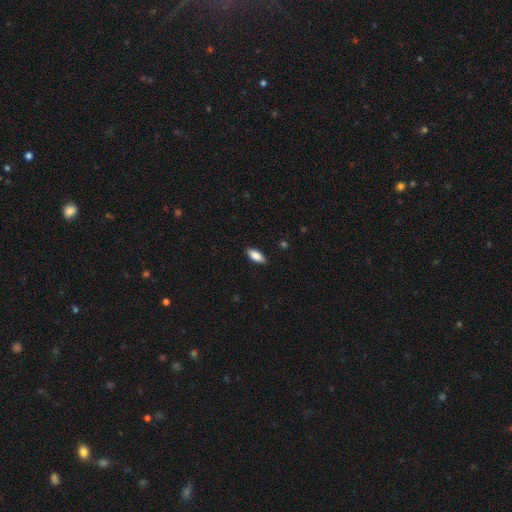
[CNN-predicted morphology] type=smooth (85%); roundness=in between (82%); merging=none (87%).